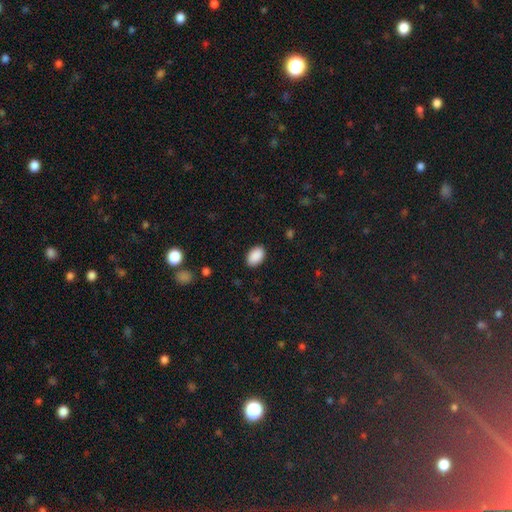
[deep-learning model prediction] Morphology: type=smooth (90%); roundness=in between (91%); merging=none (88%).